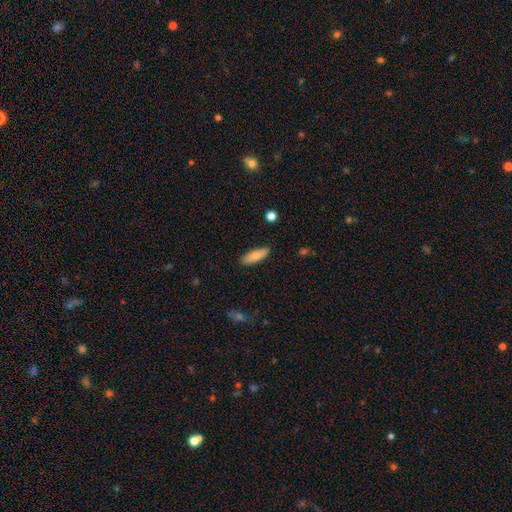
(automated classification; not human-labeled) Morphology: type=smooth (73%); roundness=in between (59%); merging=none (87%).